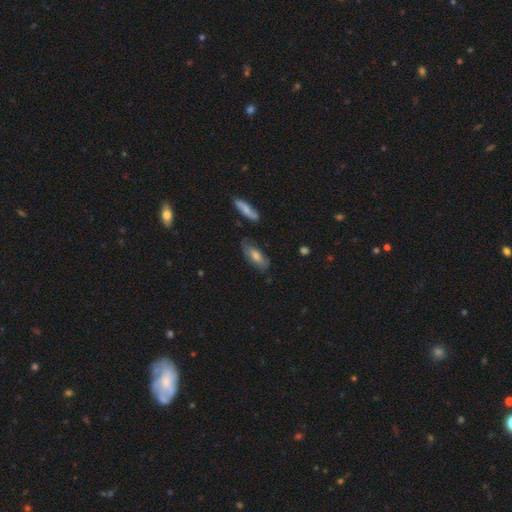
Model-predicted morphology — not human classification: Smooth or featured? smooth (59%)
How rounded? in between (67%)
Merging? none (73%)